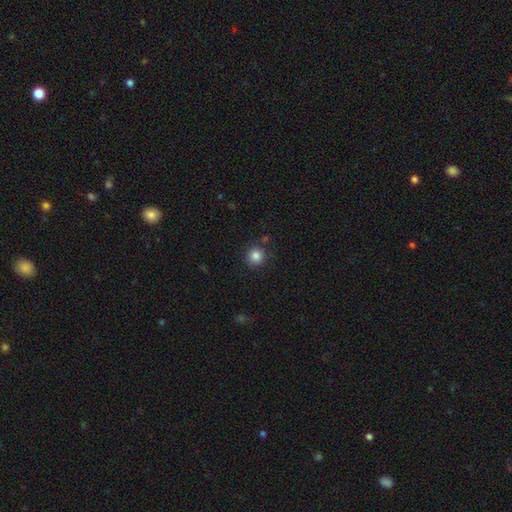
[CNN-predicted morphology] type=smooth (84%); roundness=round (93%); merging=none (86%).